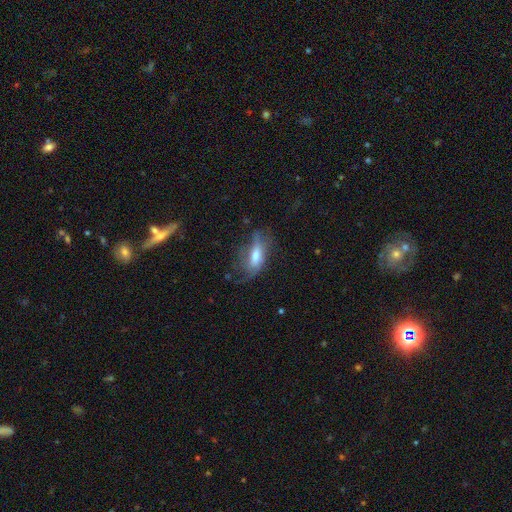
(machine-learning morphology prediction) Q: Smooth or featured?
A: smooth (49%); runner-up: featured or disk (41%)
Q: Merging?
A: none (44%); runner-up: minor disturbance (27%)